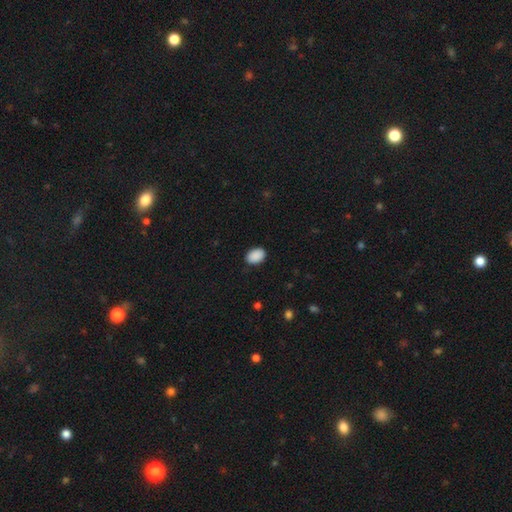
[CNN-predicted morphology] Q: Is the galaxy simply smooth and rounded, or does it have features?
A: smooth — 91%.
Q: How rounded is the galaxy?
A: in between — 83%.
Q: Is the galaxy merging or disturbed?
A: none — 87%.